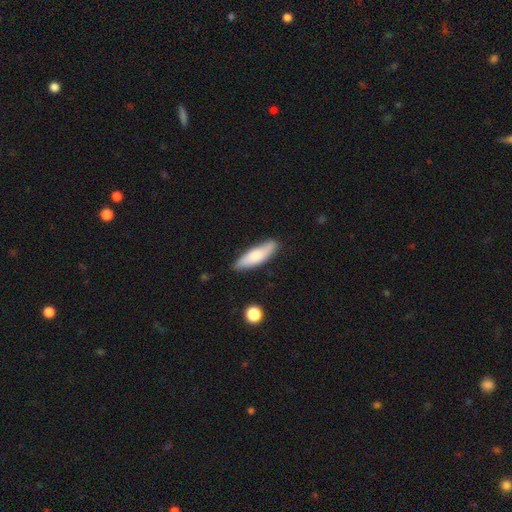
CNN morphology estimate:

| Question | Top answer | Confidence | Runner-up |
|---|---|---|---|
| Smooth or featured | smooth | 72% | featured or disk (22%) |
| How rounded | cigar-shaped | 58% | in between (40%) |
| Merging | none | 79% | minor disturbance (16%) |